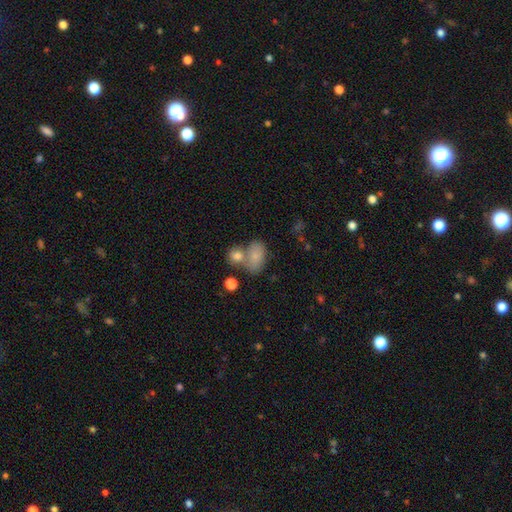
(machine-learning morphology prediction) smooth-or-featured: smooth: 80% | featured or disk: 11% | star or artifact: 9%
  how-rounded: in between: 83% | round: 15% | cigar-shaped: 2%
  merging: merger: 42% | none: 39% | minor disturbance: 13% | major disturbance: 6%